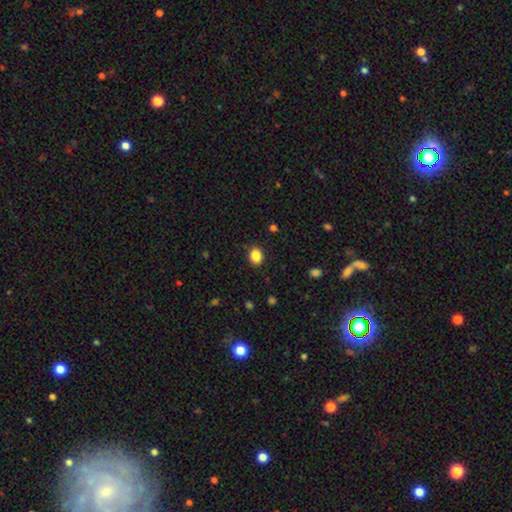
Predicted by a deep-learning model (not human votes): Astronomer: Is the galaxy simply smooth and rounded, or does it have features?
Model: smooth — 87%.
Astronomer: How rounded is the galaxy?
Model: in between — 63%.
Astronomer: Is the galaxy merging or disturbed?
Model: none — 88%.